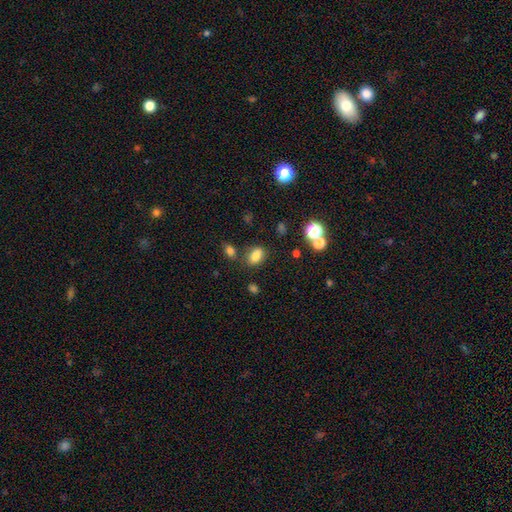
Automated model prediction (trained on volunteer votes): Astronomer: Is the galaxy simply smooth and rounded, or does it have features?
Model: smooth — 79%.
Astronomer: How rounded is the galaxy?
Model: in between — 80%.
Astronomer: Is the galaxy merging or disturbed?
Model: none — 73%.